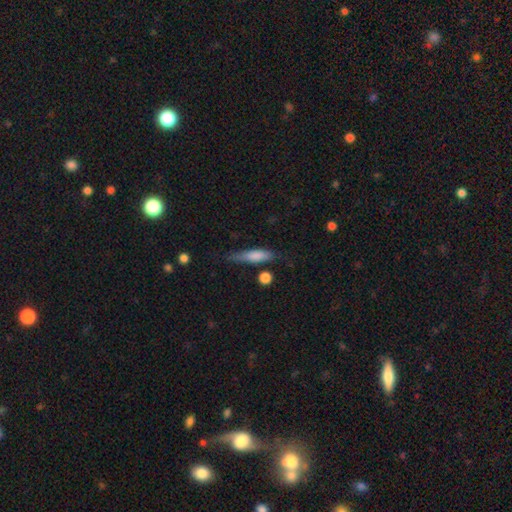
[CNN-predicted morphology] A smooth galaxy with no disk features (72%) that is cigar-shaped (72%).

Vote fractions:
- Smooth or featured? smooth: 72% / featured or disk: 21% / star or artifact: 7%
- How rounded? cigar-shaped: 72% / in between: 25% / round: 3%
- Merging? none: 65% / minor disturbance: 24% / major disturbance: 7% / merger: 5%